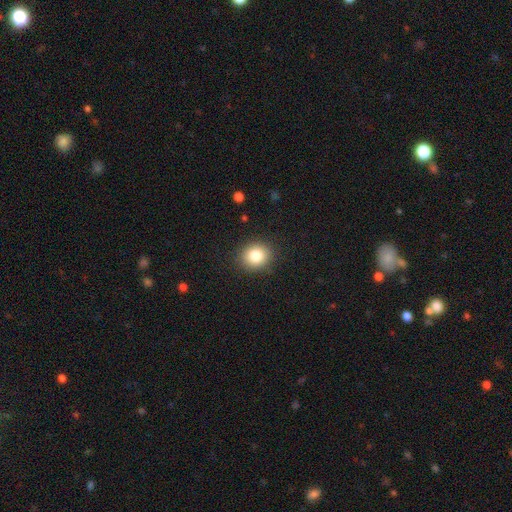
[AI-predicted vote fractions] Morphology: type=smooth (83%); roundness=round (74%); merging=none (89%).